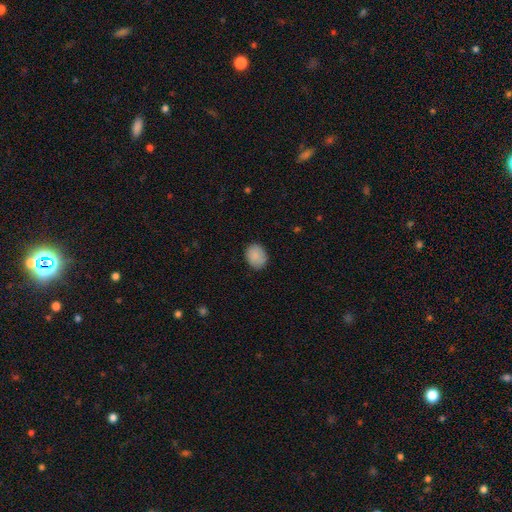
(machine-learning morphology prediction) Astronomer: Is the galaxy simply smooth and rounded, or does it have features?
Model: smooth — 87%.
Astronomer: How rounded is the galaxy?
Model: in between — 50% (runner-up: round, 49%).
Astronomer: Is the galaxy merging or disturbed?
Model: none — 84%.